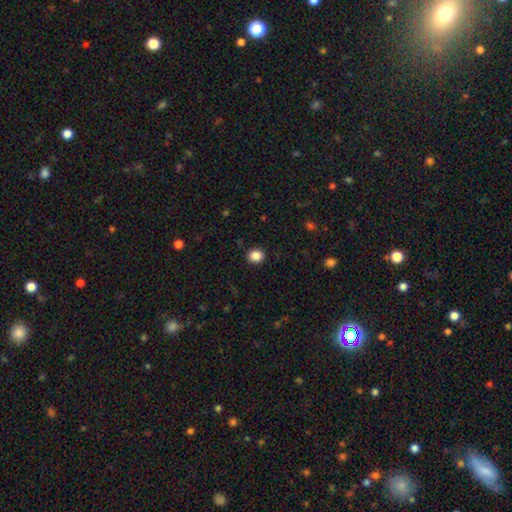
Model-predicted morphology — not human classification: Overall: smooth (87%). How rounded: round (66%; in between 33%). Merging: none (91%).